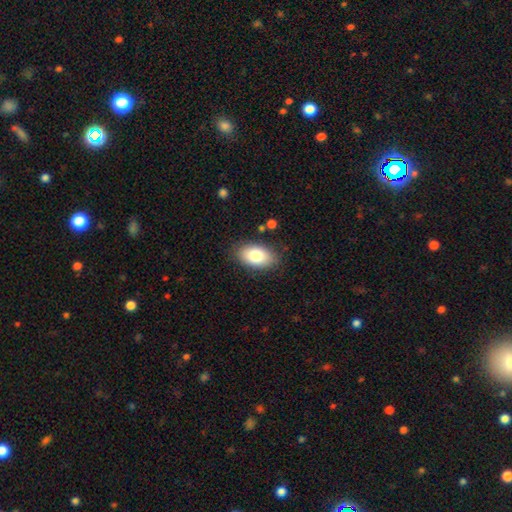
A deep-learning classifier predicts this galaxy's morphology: This is clearly a smooth galaxy (81%). How rounded: clearly in between (92%). Merging: clearly none (84%).